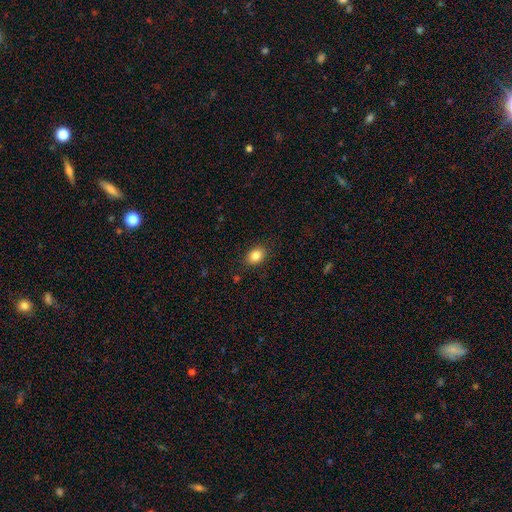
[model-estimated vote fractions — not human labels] A smooth galaxy with no disk features (86%) that is in between round and cigar-shaped (71%).

Vote fractions:
- Smooth or featured? smooth: 86% / star or artifact: 9% / featured or disk: 5%
- How rounded? in between: 71% / round: 28% / cigar-shaped: 1%
- Merging? none: 88% / minor disturbance: 9% / major disturbance: 2% / merger: 1%